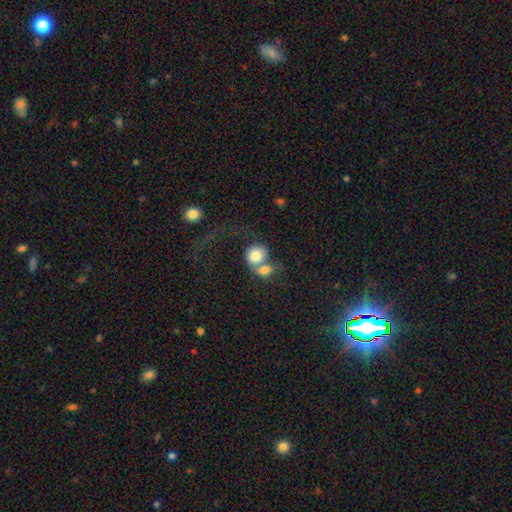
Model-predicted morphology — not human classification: Smooth or featured? Predicted: smooth (p=0.75). How rounded? Predicted: round (p=0.72). Merging? Predicted: merger (p=0.71).